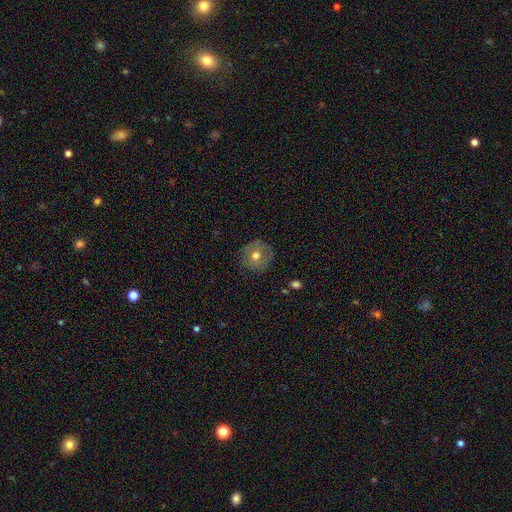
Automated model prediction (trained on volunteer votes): Morphology: type=smooth (61%); roundness=round (93%); merging=none (83%).